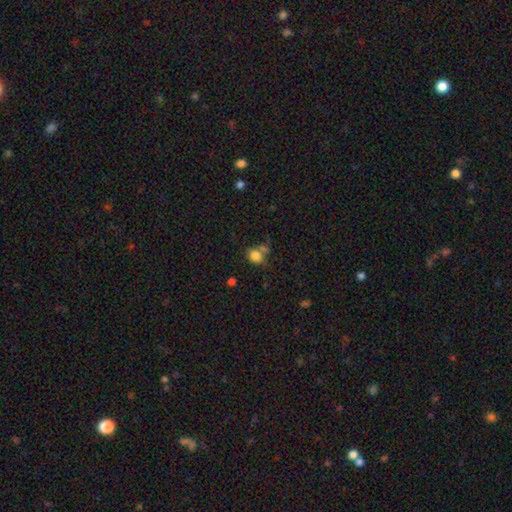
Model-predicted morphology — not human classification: A smooth galaxy with no disk features (80%) that is round (57%). Merging: none (49%).